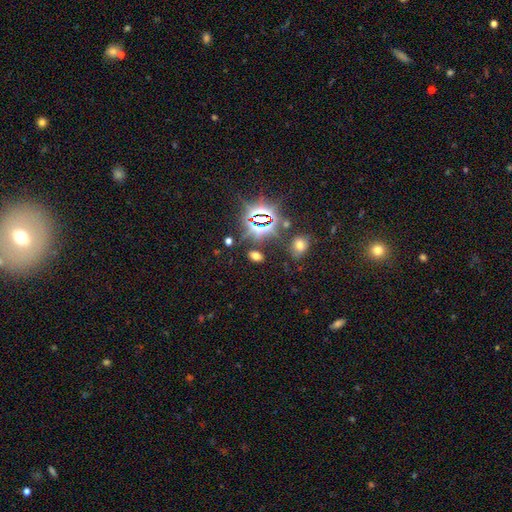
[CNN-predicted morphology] This is possibly a smooth galaxy (52%). How rounded: clearly in between (87%). Merging: clearly none (82%).